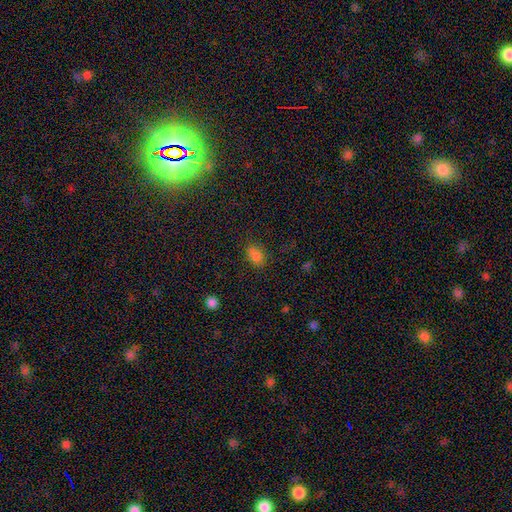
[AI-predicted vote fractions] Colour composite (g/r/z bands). It shows a smooth galaxy with no disk features (78%) that is in between round and cigar-shaped (75%). Merging: none (77%).